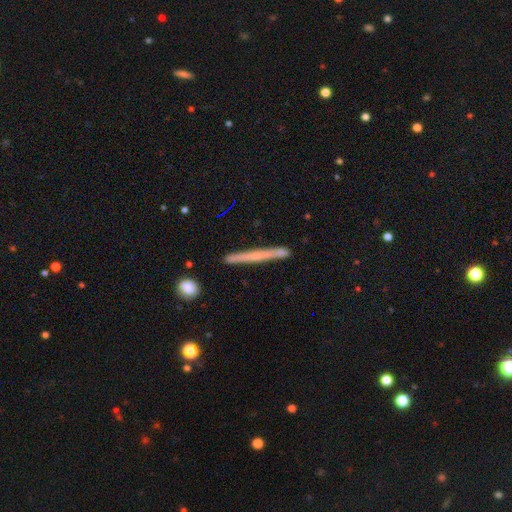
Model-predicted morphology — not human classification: This is possibly a smooth galaxy (47%). Merging: clearly none (88%).